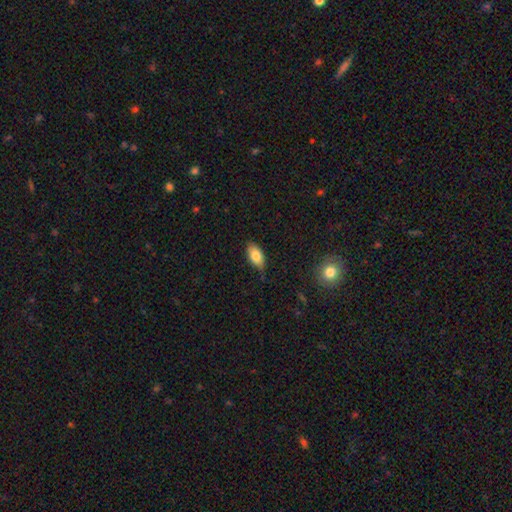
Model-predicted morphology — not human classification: This appears to be a smooth galaxy with no disk features (81%) that is in between round and cigar-shaped (91%). Merging: none (78%).